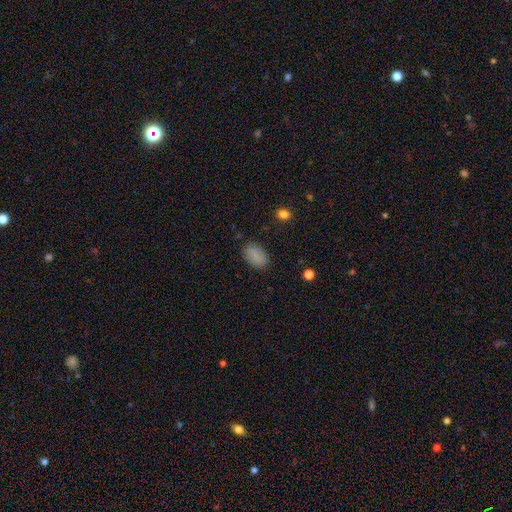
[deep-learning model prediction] A smooth galaxy with no disk features (86%) that is in between round and cigar-shaped (91%). Merging: none (85%).